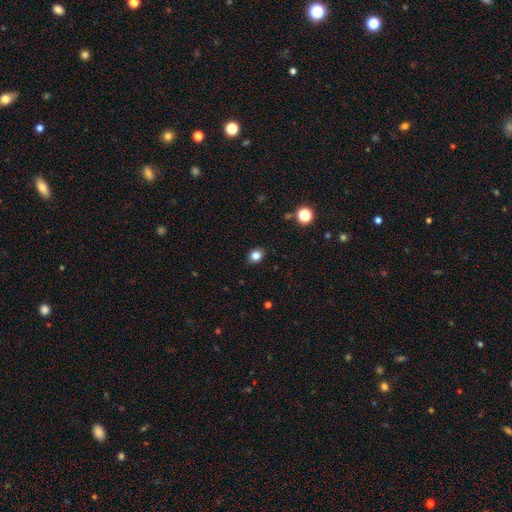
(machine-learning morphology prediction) This is clearly a smooth galaxy (83%). How rounded: likely round (64%). Merging: clearly none (90%).